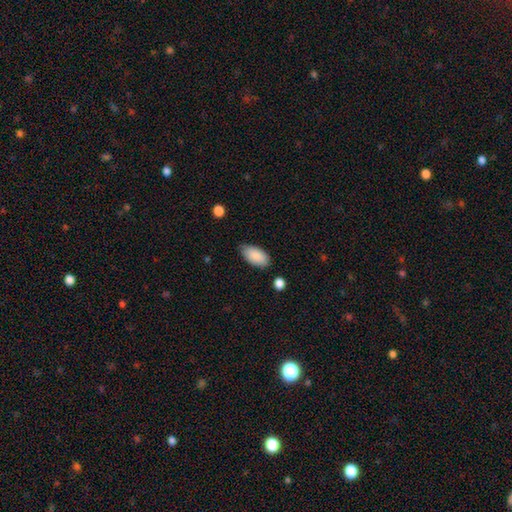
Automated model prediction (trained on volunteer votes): Overall: smooth (89%). How rounded: in between (94%). Merging: none (76%).